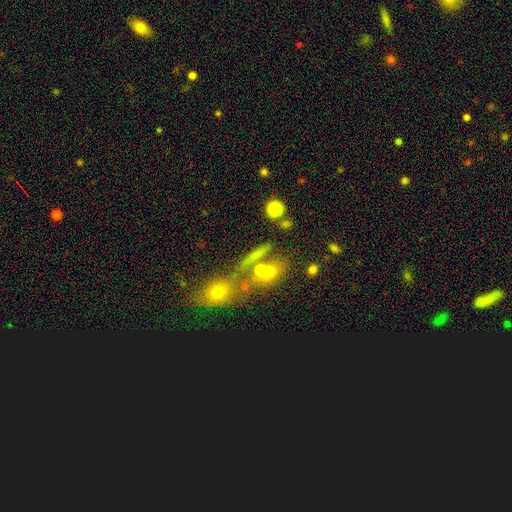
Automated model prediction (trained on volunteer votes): Overall: smooth (52%; featured or disk 28%). How rounded: in between (40%; round 30%). Merging: none (41%; merger 40%).